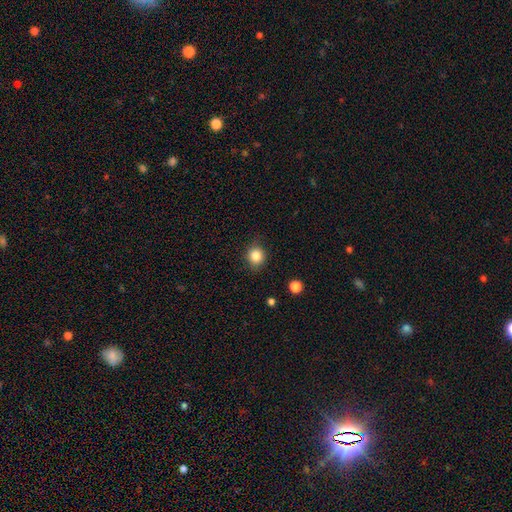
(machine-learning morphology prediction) Q: Smooth or featured?
A: smooth (85%); runner-up: star or artifact (10%)
Q: How rounded?
A: round (77%); runner-up: in between (22%)
Q: Merging?
A: none (84%); runner-up: minor disturbance (11%)